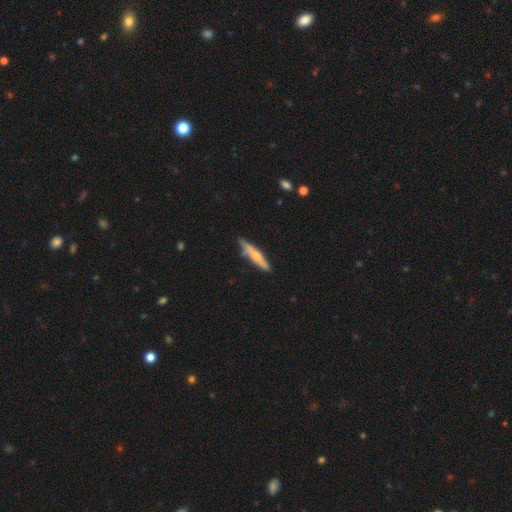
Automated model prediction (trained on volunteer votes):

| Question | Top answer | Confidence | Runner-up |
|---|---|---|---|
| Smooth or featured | smooth | 50% | featured or disk (44%) |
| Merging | none | 75% | minor disturbance (18%) |